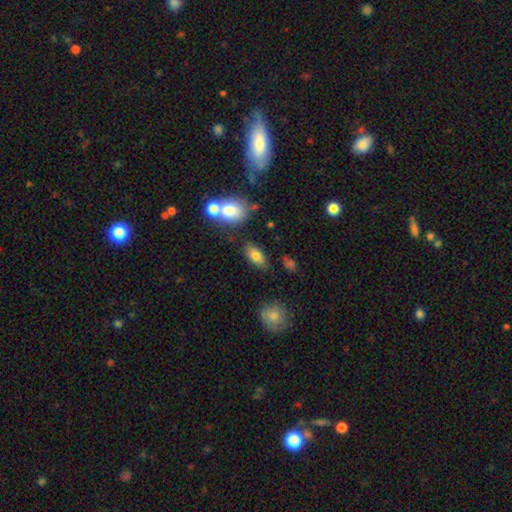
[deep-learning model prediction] Smooth or featured? Predicted: smooth (p=0.79). How rounded? Predicted: in between (p=0.89). Merging? Predicted: none (p=0.73).